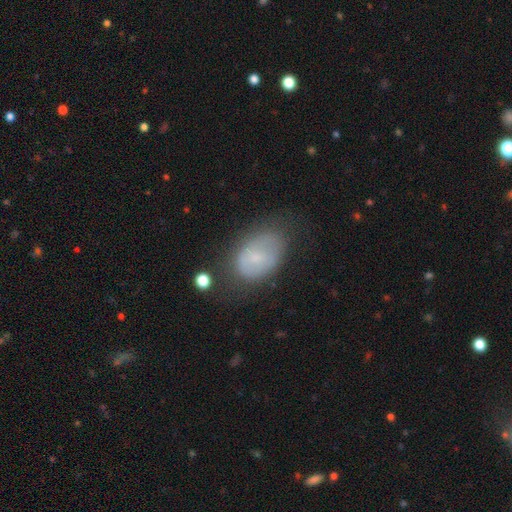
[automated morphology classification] Q: Smooth or featured?
A: smooth (59%); runner-up: featured or disk (31%)
Q: How rounded?
A: in between (83%); runner-up: round (16%)
Q: Merging?
A: none (59%); runner-up: minor disturbance (26%)